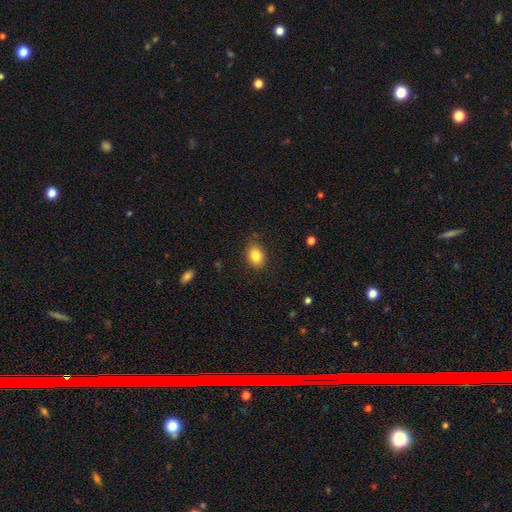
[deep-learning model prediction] This appears to be a smooth galaxy with no disk features (84%) that is in between round and cigar-shaped (65%). Merging: none (82%).